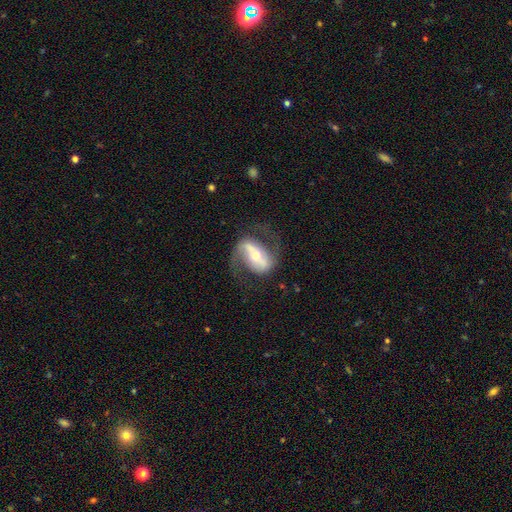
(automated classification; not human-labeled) A featured or disk galaxy (83%) with a strong bar (54%), 2 (89%) loose (46%) spiral arms (91%) and a moderate central bulge (53%).

Vote fractions:
- Smooth or featured? featured or disk: 83% / smooth: 12% / star or artifact: 5%
- Edge-on disk? no: 95% / yes: 5%
- Bar? strong: 54% / weak: 27% / no: 20%
- Spiral arms? yes: 91% / no: 9%
- Spiral winding? loose: 46% / medium: 42% / tight: 12%
- Spiral arm count? 2: 89% / 1: 4% / can't tell: 4% / 3: 1% / 4: 1% / more than 4: 1%
- Bulge size? moderate: 53% / small: 40% / large: 4% / dominant: 1% / none: 1%
- Merging? none: 69% / minor disturbance: 16% / major disturbance: 14% / merger: 2%